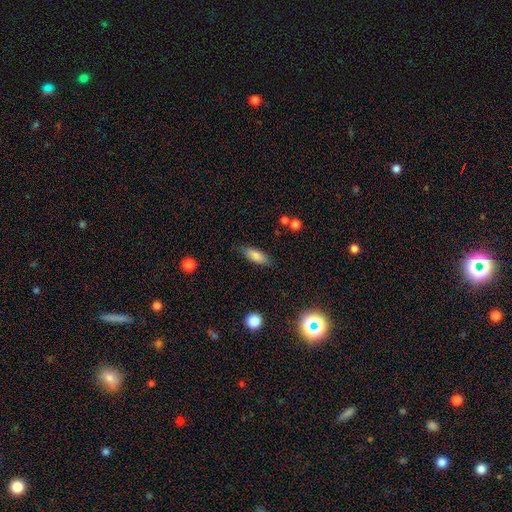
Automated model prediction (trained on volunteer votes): Overall: smooth (81%). How rounded: in between (72%). Merging: none (82%).